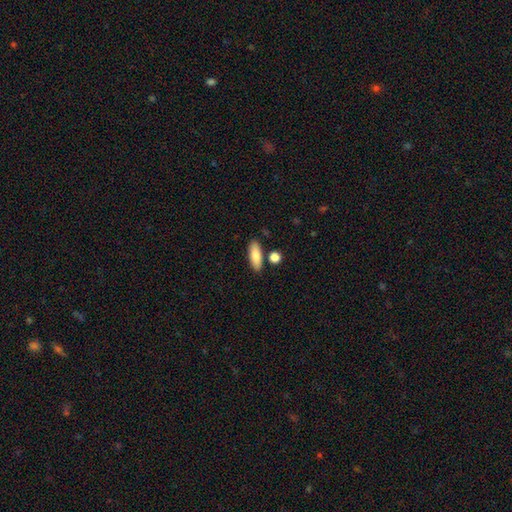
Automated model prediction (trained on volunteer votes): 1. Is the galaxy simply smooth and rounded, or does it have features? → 85% smooth, 9% featured or disk, 6% star or artifact.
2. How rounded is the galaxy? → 68% in between, 29% cigar-shaped, 3% round.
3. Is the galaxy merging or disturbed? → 81% none, 10% minor disturbance, 7% merger, 2% major disturbance.